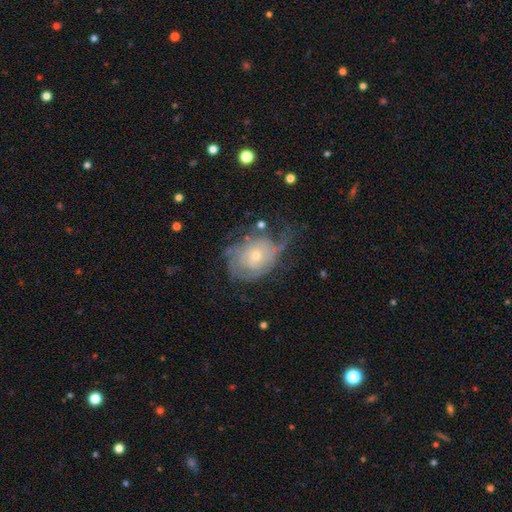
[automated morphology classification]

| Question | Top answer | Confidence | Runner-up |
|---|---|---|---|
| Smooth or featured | featured or disk | 69% | smooth (23%) |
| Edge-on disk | no | 96% | yes (4%) |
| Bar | no | 81% | weak (16%) |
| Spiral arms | yes | 76% | no (24%) |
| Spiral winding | tight | 53% | medium (29%) |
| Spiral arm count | can't tell | 53% | 2 (18%) |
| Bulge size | small | 65% | moderate (31%) |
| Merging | none | 38% | major disturbance (32%) |